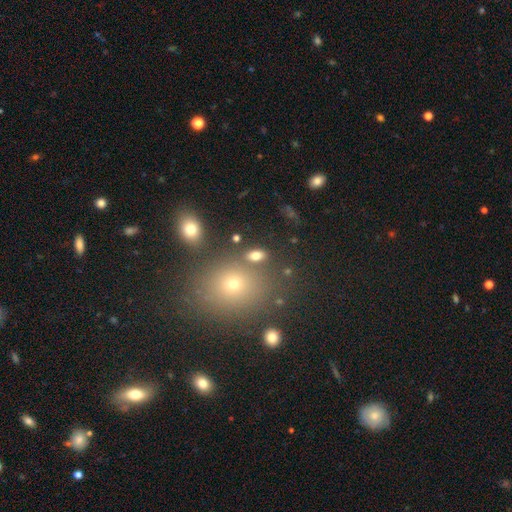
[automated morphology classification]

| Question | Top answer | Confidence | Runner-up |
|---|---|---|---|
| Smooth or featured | smooth | 75% | star or artifact (15%) |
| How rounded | in between | 81% | round (15%) |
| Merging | none | 76% | minor disturbance (10%) |